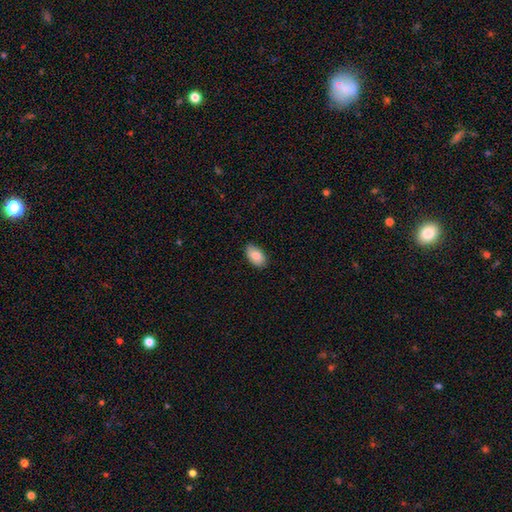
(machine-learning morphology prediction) A smooth galaxy with no disk features (85%) that is in between round and cigar-shaped (94%).

Vote fractions:
- Smooth or featured? smooth: 85% / featured or disk: 8% / star or artifact: 7%
- How rounded? in between: 94% / round: 4% / cigar-shaped: 2%
- Merging? none: 82% / minor disturbance: 15% / major disturbance: 2% / merger: 1%